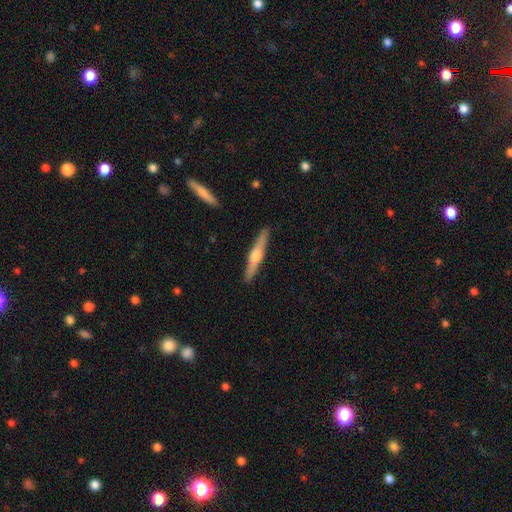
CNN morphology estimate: featured or disk 63%, smooth 32%, star or artifact 5%. Down the decision tree: edge-on disk — yes (97%); edge-on bulge — rounded (92%); merging — none (91%).